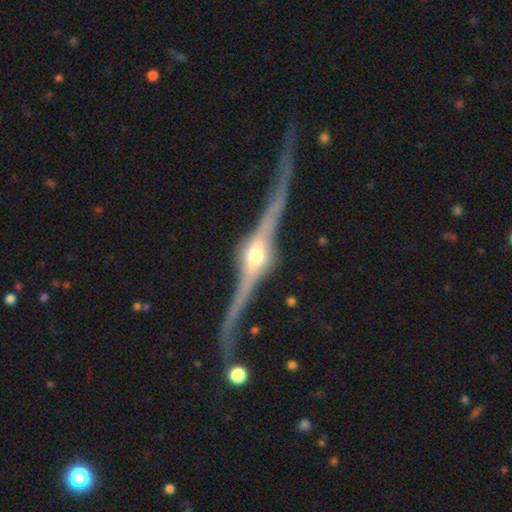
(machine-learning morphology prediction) Smooth or featured? Predicted: featured or disk (p=0.90). Edge-on disk? Predicted: yes (p=0.94). Edge-on bulge? Predicted: rounded (p=0.95). Merging? Predicted: none (p=0.76).